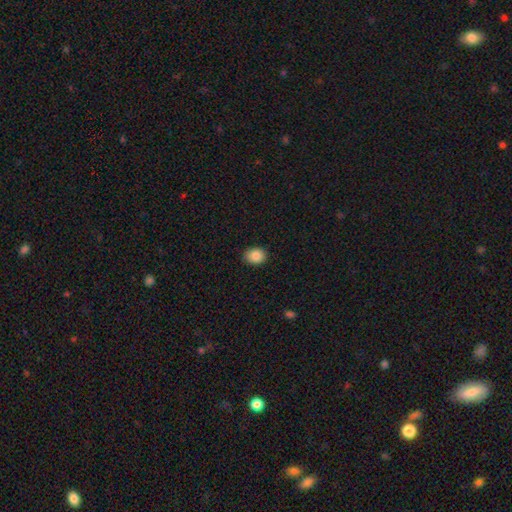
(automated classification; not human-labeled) Smooth or featured?
  - smooth: 87% *
  - star or artifact: 8%
  - featured or disk: 5%
How rounded?
  - in between: 54% *
  - round: 45%
  - cigar-shaped: 1%
Merging?
  - none: 89% *
  - minor disturbance: 8%
  - major disturbance: 2%
  - merger: 1%